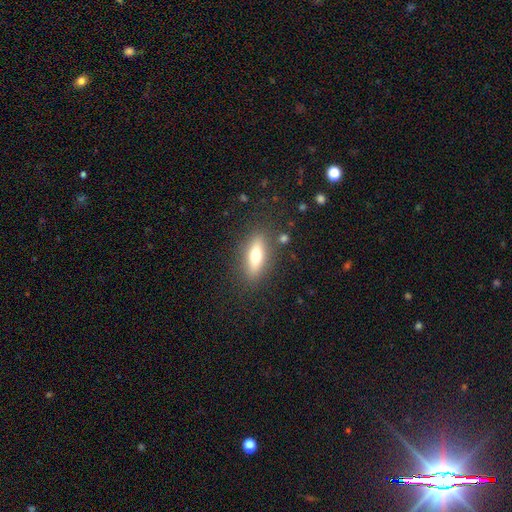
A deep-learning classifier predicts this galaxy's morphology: The model was most divided on "how rounded": in between: 54%, cigar-shaped: 42%, round: 3%. More confident: merging — none (85%); smooth or featured — smooth (62%).